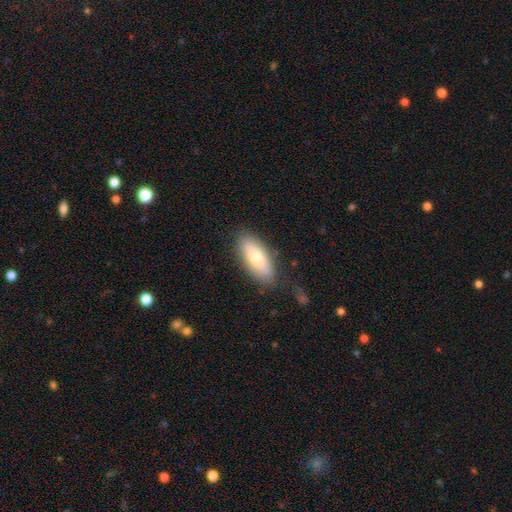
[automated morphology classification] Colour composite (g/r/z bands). It shows a smooth galaxy with no disk features (70%) that is in between round and cigar-shaped (82%). Merging: none (78%).